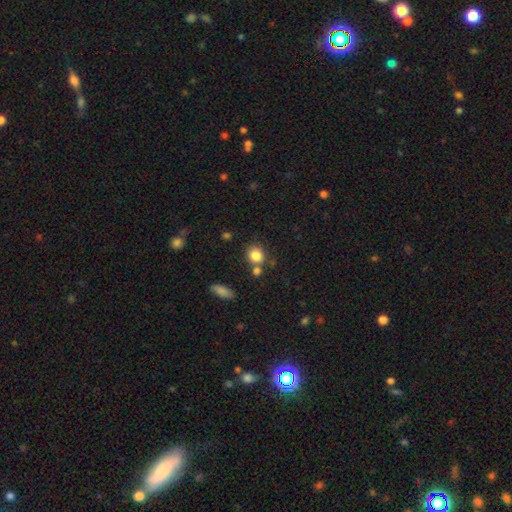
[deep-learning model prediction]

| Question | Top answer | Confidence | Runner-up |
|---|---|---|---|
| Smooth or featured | smooth | 84% | star or artifact (10%) |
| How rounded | round | 76% | in between (23%) |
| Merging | none | 66% | merger (18%) |